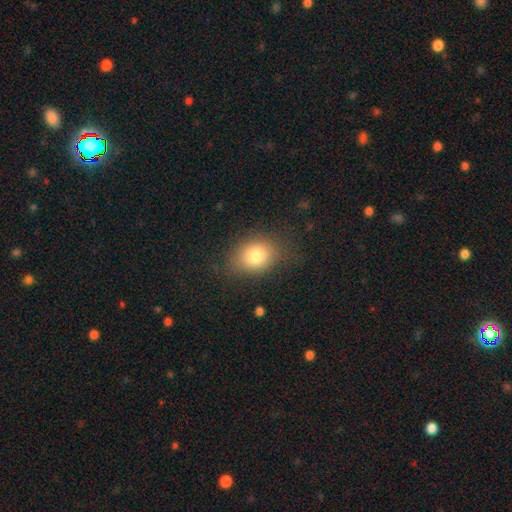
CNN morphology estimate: A smooth galaxy with no disk features (79%) that is in between round and cigar-shaped (58%). Merging: none (78%).